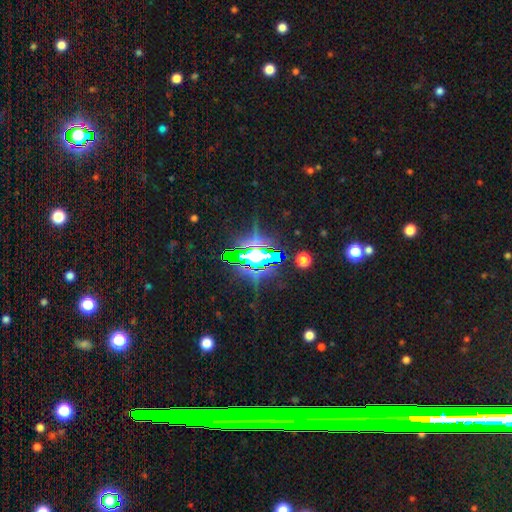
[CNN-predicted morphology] The model was most divided on "smooth or featured": star or artifact: 72%, smooth: 14%, featured or disk: 14%.